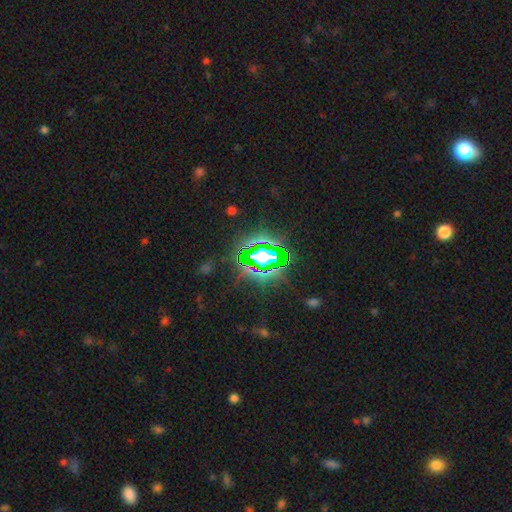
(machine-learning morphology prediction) Overall: star or artifact (82%).